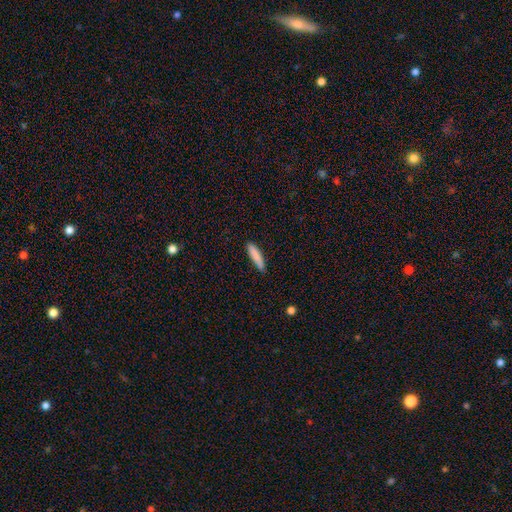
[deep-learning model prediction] Q: Smooth or featured?
A: smooth (85%); runner-up: featured or disk (9%)
Q: How rounded?
A: cigar-shaped (85%); runner-up: in between (14%)
Q: Merging?
A: none (86%); runner-up: minor disturbance (11%)